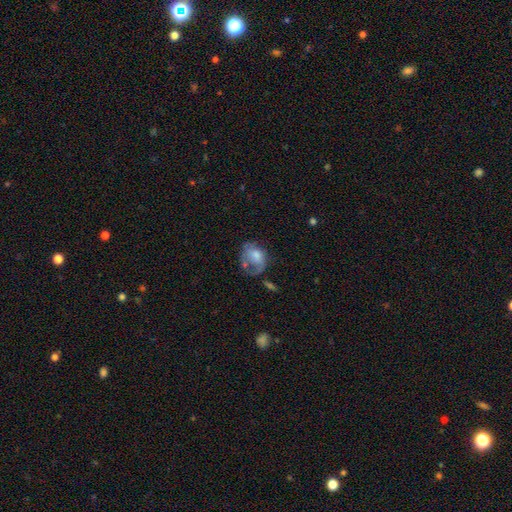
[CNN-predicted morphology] Smooth or featured: smooth — 49% (featured or disk — 43%)
Merging: major disturbance — 41% (none — 28%)